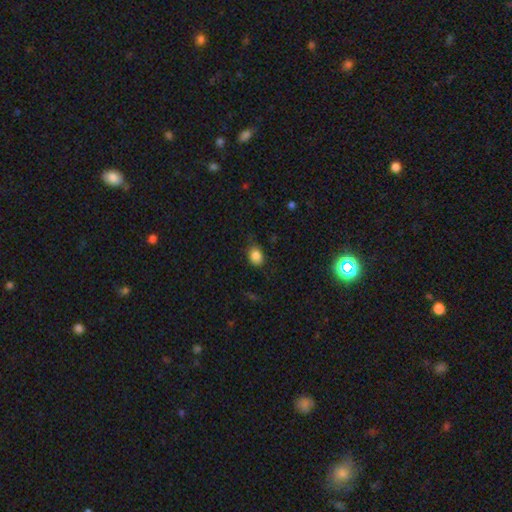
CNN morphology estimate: Smooth or featured? Predicted: smooth (p=0.85). How rounded? Predicted: in between (p=0.56). Merging? Predicted: none (p=0.71).